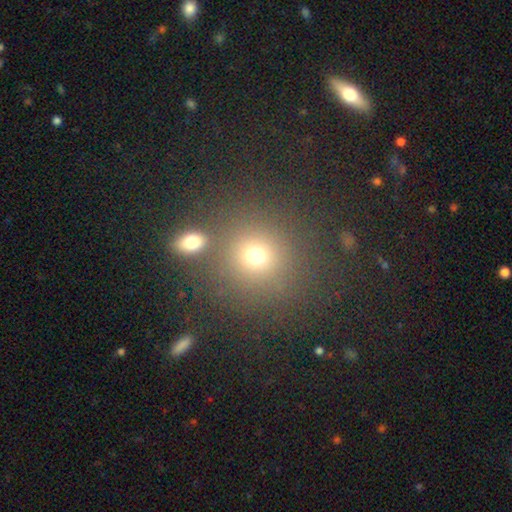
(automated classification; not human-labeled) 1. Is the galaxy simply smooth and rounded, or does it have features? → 73% smooth, 18% star or artifact, 9% featured or disk.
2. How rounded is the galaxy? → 87% round, 12% in between, 1% cigar-shaped.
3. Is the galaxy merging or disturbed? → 74% none, 13% merger, 9% minor disturbance, 5% major disturbance.